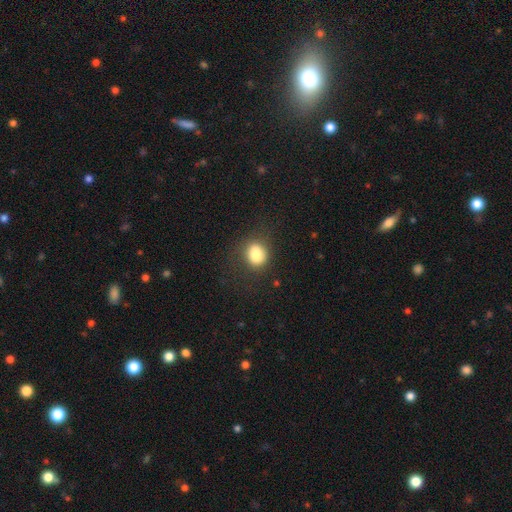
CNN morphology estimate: Overall: smooth (83%). How rounded: round (60%; in between 39%). Merging: none (74%).